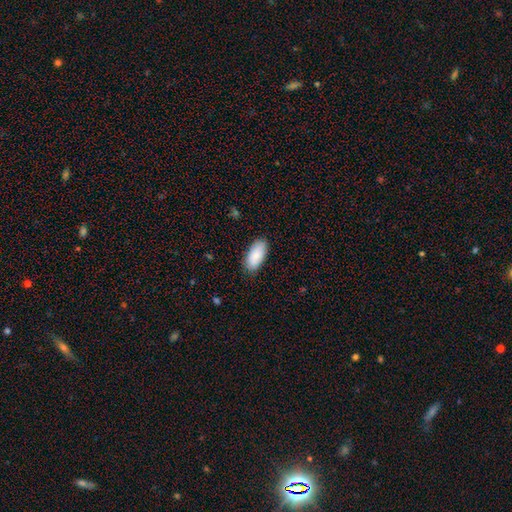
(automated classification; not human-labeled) Smooth or featured: smooth — 88% (featured or disk — 7%)
How rounded: in between — 92% (cigar-shaped — 6%)
Merging: none — 84% (minor disturbance — 13%)